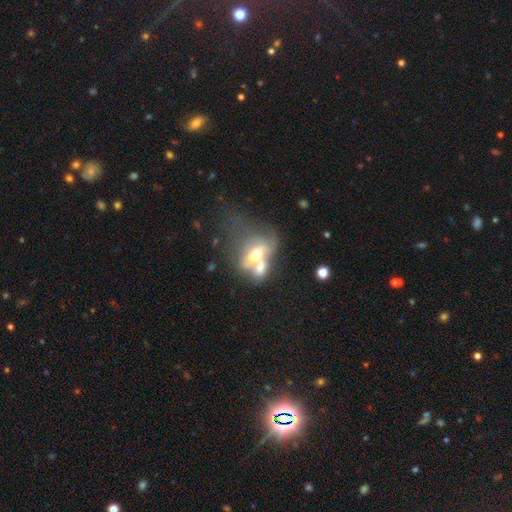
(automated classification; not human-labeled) Smooth or featured?
  - smooth: 46% *
  - featured or disk: 44%
  - star or artifact: 11%
Merging?
  - merger: 65% *
  - major disturbance: 17%
  - none: 11%
  - minor disturbance: 8%